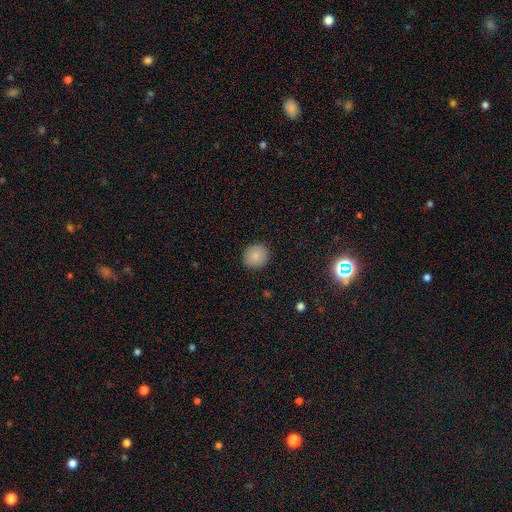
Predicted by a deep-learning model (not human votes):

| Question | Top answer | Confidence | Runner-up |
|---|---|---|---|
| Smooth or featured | smooth | 83% | star or artifact (8%) |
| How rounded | round | 86% | in between (13%) |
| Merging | none | 91% | minor disturbance (7%) |